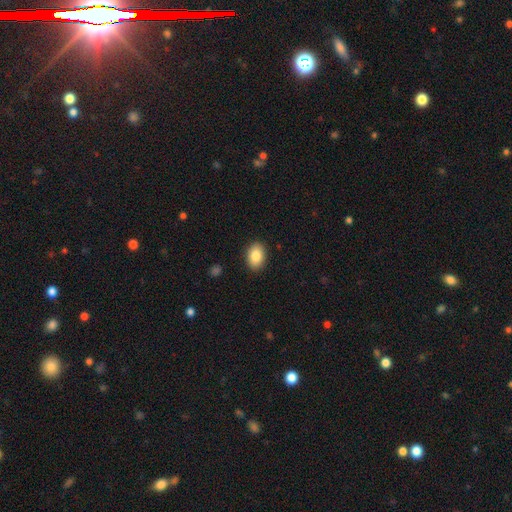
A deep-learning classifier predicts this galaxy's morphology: Smooth or featured?
  - smooth: 86% *
  - star or artifact: 8%
  - featured or disk: 6%
How rounded?
  - in between: 84% *
  - round: 15%
  - cigar-shaped: 1%
Merging?
  - none: 89% *
  - minor disturbance: 8%
  - major disturbance: 2%
  - merger: 1%